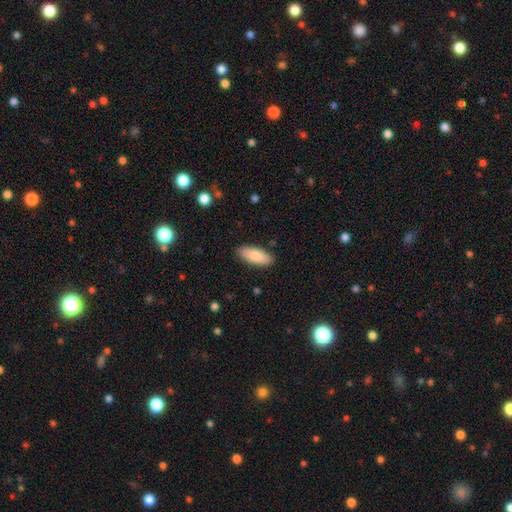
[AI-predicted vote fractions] Smooth or featured: smooth — 84% (featured or disk — 11%)
How rounded: in between — 79% (cigar-shaped — 19%)
Merging: none — 88% (minor disturbance — 9%)